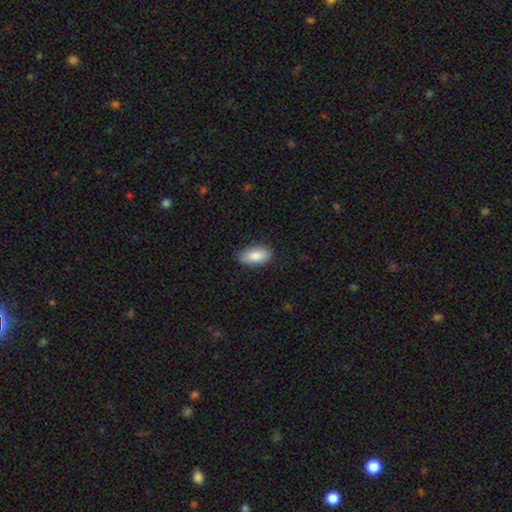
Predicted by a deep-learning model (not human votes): This appears to be a smooth galaxy with no disk features (88%) that is in between round and cigar-shaped (92%). Merging: none (84%).